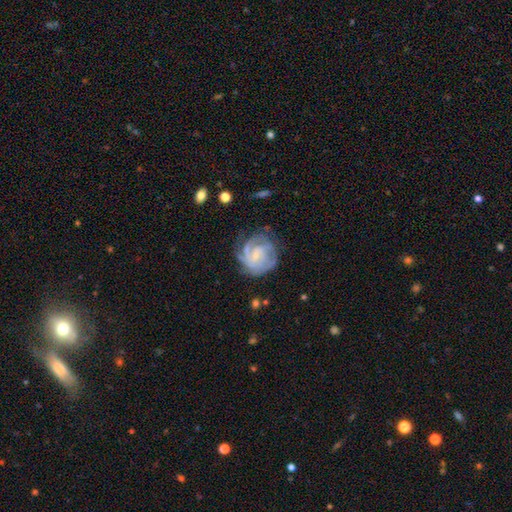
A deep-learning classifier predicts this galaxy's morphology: A featured or disk galaxy (83%) with a weak bar (46%), tight (59%) spiral arms (94%) and a small central bulge (65%). Merging: none (65%).